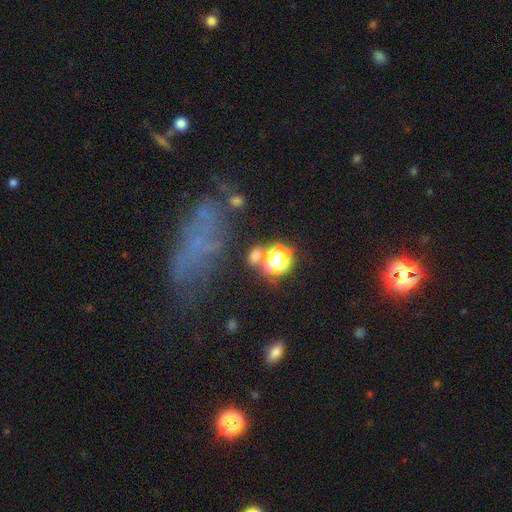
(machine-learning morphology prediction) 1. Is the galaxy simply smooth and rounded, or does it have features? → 59% smooth, 29% star or artifact, 12% featured or disk.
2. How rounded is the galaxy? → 53% round, 45% in between, 3% cigar-shaped.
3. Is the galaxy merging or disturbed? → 52% none, 25% merger, 14% minor disturbance, 10% major disturbance.